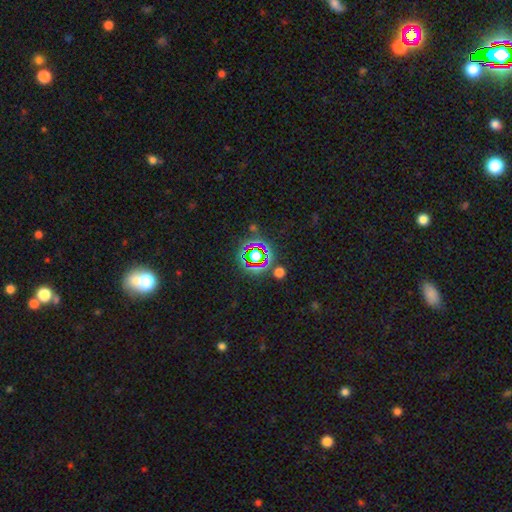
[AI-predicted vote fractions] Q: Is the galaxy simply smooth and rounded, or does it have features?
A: star or artifact — 64%.